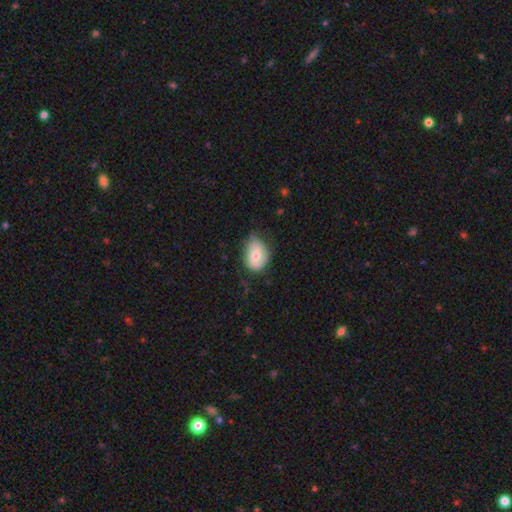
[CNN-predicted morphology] Smooth or featured: smooth — 63% (featured or disk — 31%)
How rounded: in between — 72% (round — 27%)
Merging: none — 59% (minor disturbance — 33%)